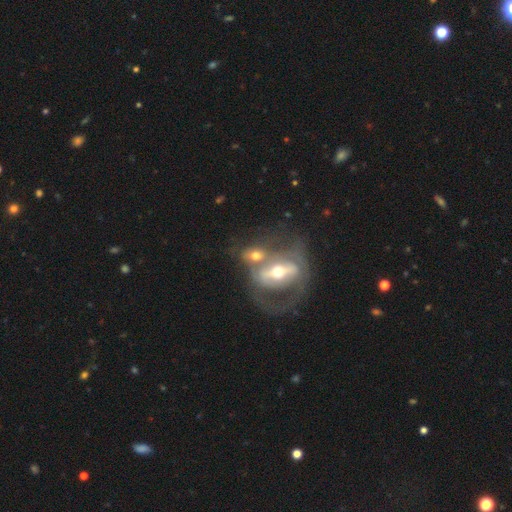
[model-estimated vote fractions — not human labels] Smooth or featured?
  - featured or disk: 67% *
  - smooth: 26%
  - star or artifact: 7%
Edge-on disk?
  - no: 89% *
  - yes: 11%
Bar?
  - strong: 47% *
  - weak: 27%
  - no: 26%
Spiral arms?
  - no: 51% *
  - yes: 49%
Bulge size?
  - moderate: 68% *
  - small: 22%
  - large: 7%
  - dominant: 1%
  - none: 1%
Merging?
  - merger: 42% *
  - none: 34%
  - minor disturbance: 12%
  - major disturbance: 12%